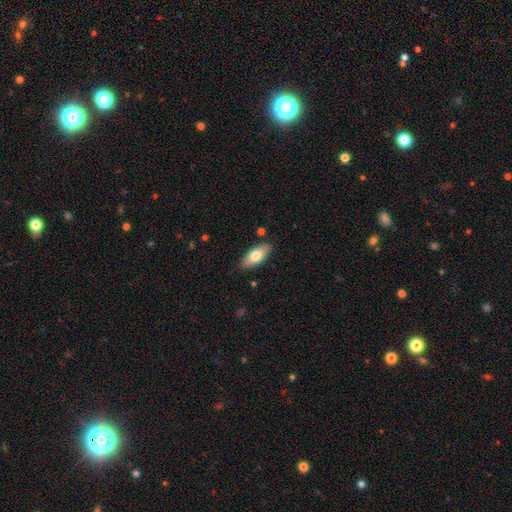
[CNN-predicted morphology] The model was most divided on "smooth or featured": smooth: 74%, featured or disk: 20%, star or artifact: 6%. More confident: merging — none (85%); how rounded — in between (84%).